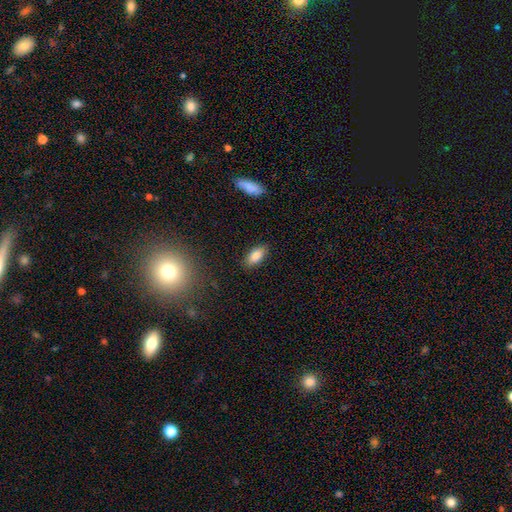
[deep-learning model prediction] Smooth or featured?
  - smooth: 84% *
  - featured or disk: 8%
  - star or artifact: 8%
How rounded?
  - in between: 89% *
  - cigar-shaped: 8%
  - round: 3%
Merging?
  - none: 86% *
  - minor disturbance: 10%
  - major disturbance: 2%
  - merger: 1%